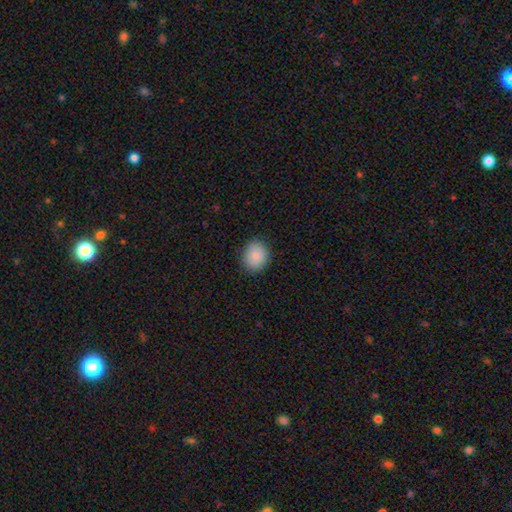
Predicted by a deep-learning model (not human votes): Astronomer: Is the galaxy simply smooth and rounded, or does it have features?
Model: smooth — 88%.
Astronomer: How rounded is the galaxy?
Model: round — 63%.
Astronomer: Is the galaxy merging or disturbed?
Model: none — 87%.